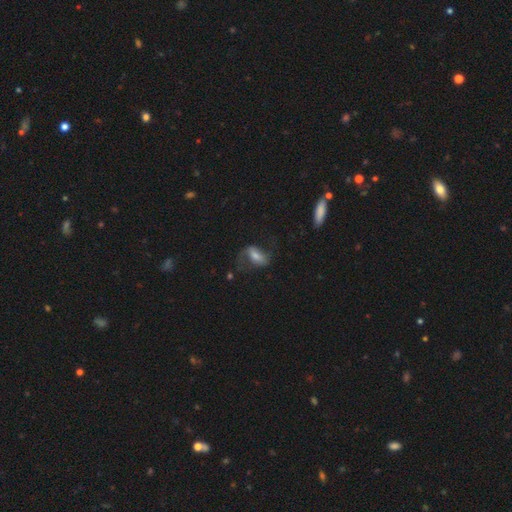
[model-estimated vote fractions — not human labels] Overall: featured or disk (51%; smooth 40%). Edge-on disk: no (92%). Merging: none (52%; major disturbance 25%).